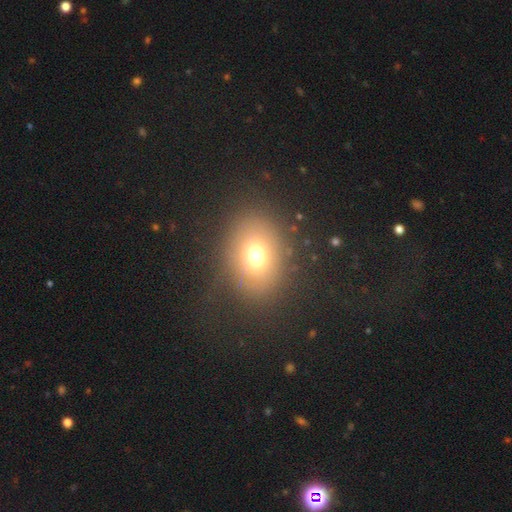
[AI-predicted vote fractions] A smooth galaxy with no disk features (69%) that is in between round and cigar-shaped (60%).

Vote fractions:
- Smooth or featured? smooth: 69% / featured or disk: 16% / star or artifact: 15%
- How rounded? in between: 60% / round: 39% / cigar-shaped: 1%
- Merging? none: 79% / minor disturbance: 12% / major disturbance: 8% / merger: 2%